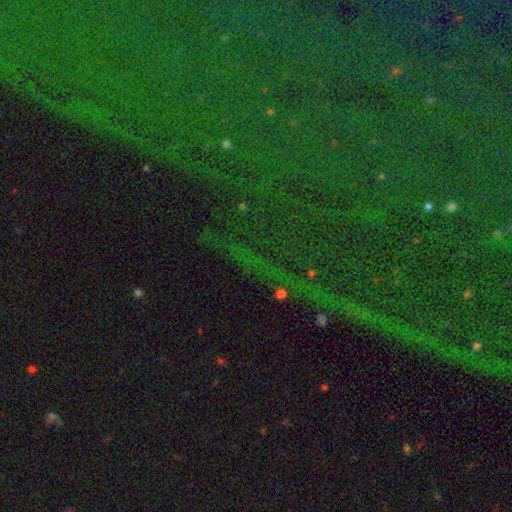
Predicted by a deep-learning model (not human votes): Smooth or featured? star or artifact (83%)